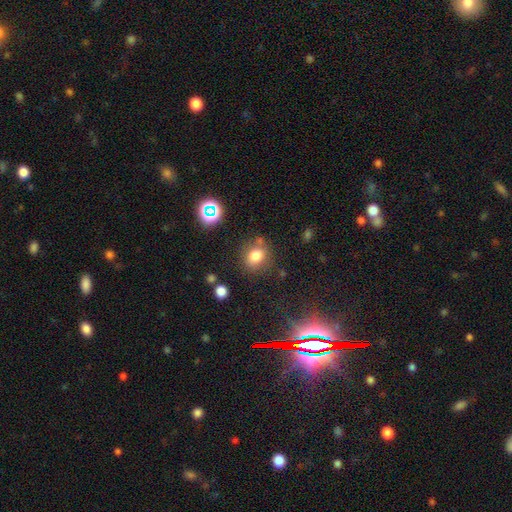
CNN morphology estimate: Smooth or featured? smooth (77%)
How rounded? round (64%)
Merging? none (73%)